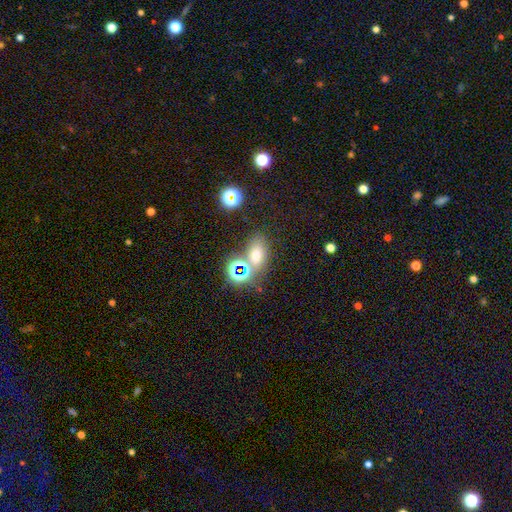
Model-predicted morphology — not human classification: Smooth or featured: smooth — 61% (star or artifact — 27%)
How rounded: in between — 70% (round — 28%)
Merging: none — 57% (merger — 24%)